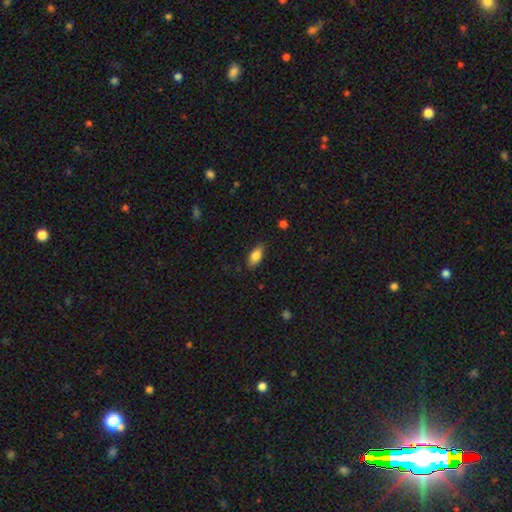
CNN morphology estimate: This appears to be a smooth galaxy with no disk features (83%) that is in between round and cigar-shaped (87%). Merging: none (83%).